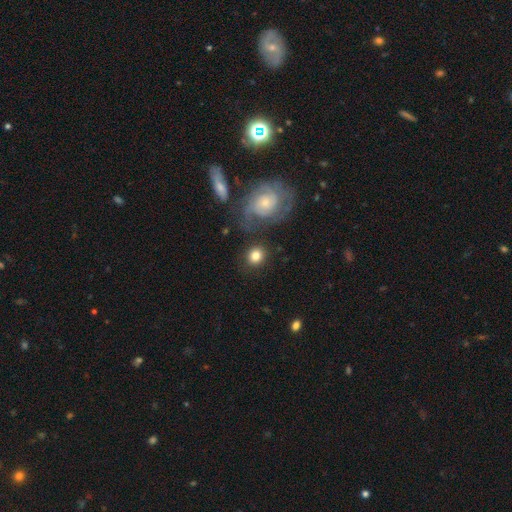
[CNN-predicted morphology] Smooth or featured? Predicted: smooth (p=0.78). How rounded? Predicted: round (p=0.81). Merging? Predicted: none (p=0.79).